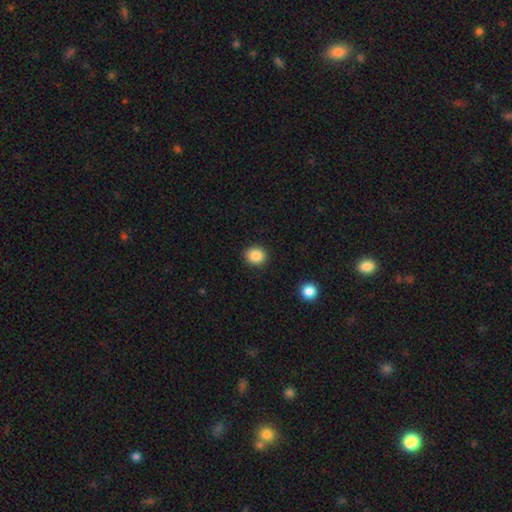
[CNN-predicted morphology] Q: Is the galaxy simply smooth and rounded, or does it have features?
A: smooth — 87%.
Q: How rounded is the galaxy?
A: round — 76%.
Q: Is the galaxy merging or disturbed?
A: none — 90%.